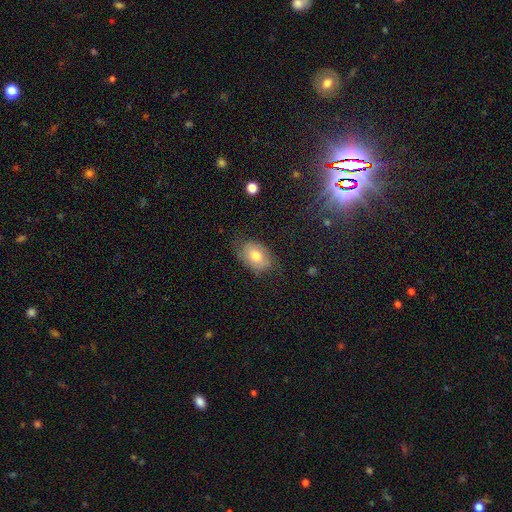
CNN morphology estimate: The model was most divided on "smooth or featured": smooth: 61%, featured or disk: 30%, star or artifact: 8%. More confident: how rounded — in between (85%); merging — none (65%).